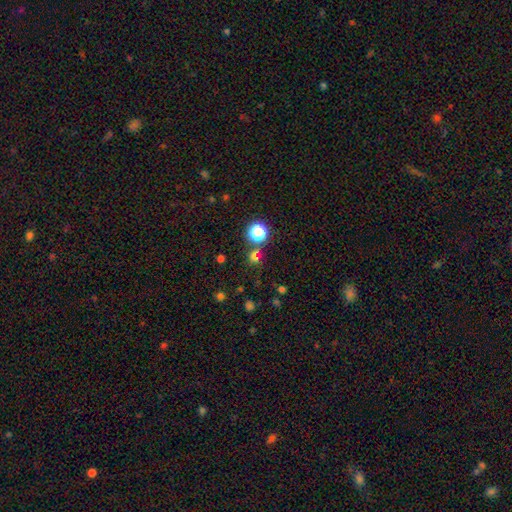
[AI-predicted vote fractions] A smooth galaxy with no disk features (59%) that is round (85%). Merging: none (70%).